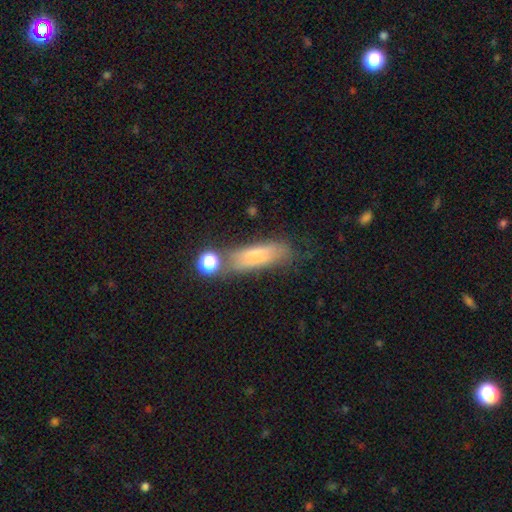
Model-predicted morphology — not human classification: Smooth or featured?
  - smooth: 68% *
  - featured or disk: 22%
  - star or artifact: 10%
How rounded?
  - cigar-shaped: 56% *
  - in between: 41%
  - round: 3%
Merging?
  - none: 55% *
  - minor disturbance: 23%
  - merger: 11%
  - major disturbance: 10%